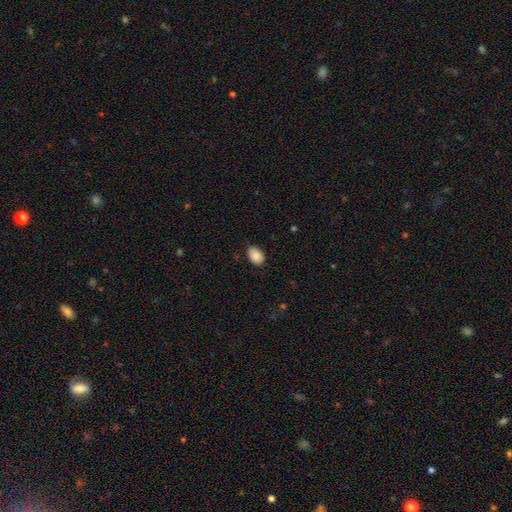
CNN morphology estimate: Smooth or featured? smooth (88%)
How rounded? in between (82%)
Merging? none (75%)